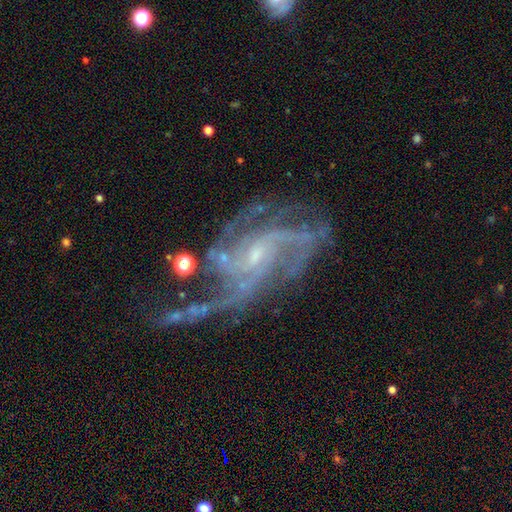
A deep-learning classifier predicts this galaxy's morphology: The model was most divided on "bar": no: 48%, weak: 40%, strong: 12%. Remaining: edge-on disk — no (97%); spiral arms — yes (97%); smooth or featured — featured or disk (89%); bulge size — small (79%); spiral winding — medium (49%); merging — none (47%); spiral arm count — 3 (31%).